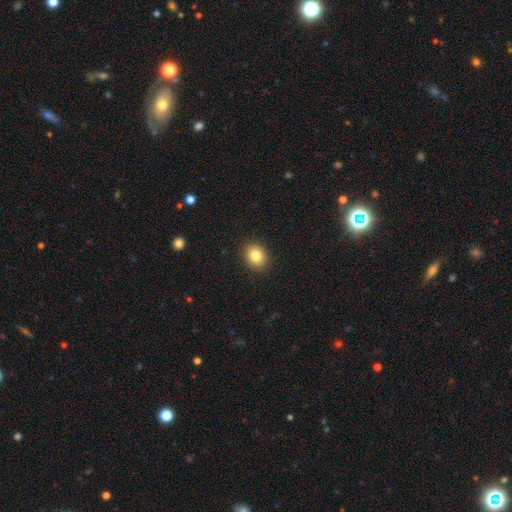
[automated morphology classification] Smooth or featured? smooth (82%)
How rounded? round (55%)
Merging? none (90%)